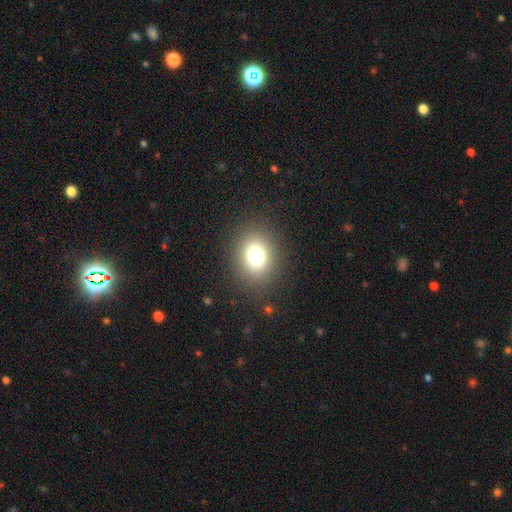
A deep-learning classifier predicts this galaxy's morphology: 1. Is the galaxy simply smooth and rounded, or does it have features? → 75% smooth, 16% star or artifact, 10% featured or disk.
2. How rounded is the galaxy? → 63% round, 36% in between, 1% cigar-shaped.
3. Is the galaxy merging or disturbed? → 86% none, 8% minor disturbance, 4% major disturbance, 1% merger.